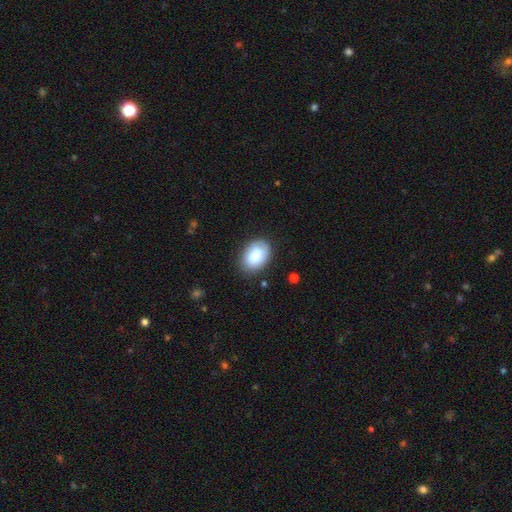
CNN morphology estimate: Smooth or featured? Predicted: smooth (p=0.80). How rounded? Predicted: in between (p=0.82). Merging? Predicted: none (p=0.79).